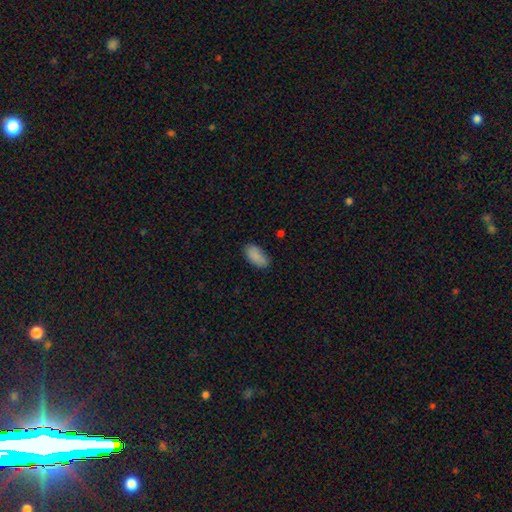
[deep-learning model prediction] Smooth or featured: smooth — 87% (star or artifact — 8%)
How rounded: in between — 92% (cigar-shaped — 5%)
Merging: none — 75% (minor disturbance — 20%)